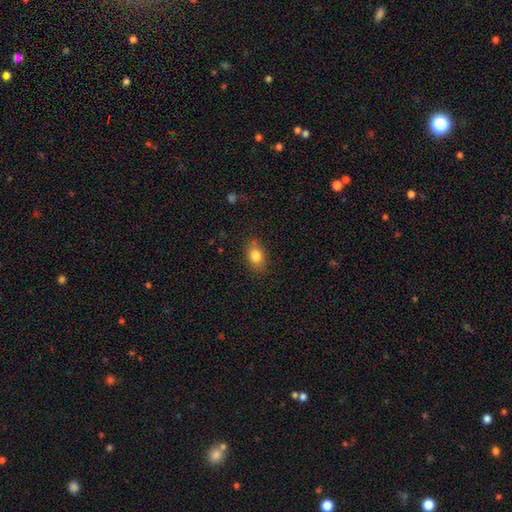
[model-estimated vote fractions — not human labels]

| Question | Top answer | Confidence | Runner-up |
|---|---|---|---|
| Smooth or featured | smooth | 82% | star or artifact (9%) |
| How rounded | in between | 76% | round (22%) |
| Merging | none | 80% | minor disturbance (14%) |